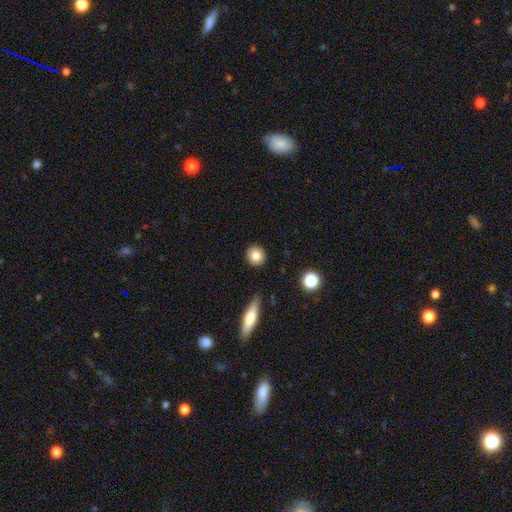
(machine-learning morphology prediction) A smooth galaxy with no disk features (83%) that is round (89%).

Vote fractions:
- Smooth or featured? smooth: 83% / star or artifact: 9% / featured or disk: 8%
- How rounded? round: 89% / in between: 10% / cigar-shaped: 1%
- Merging? none: 89% / minor disturbance: 7% / major disturbance: 2% / merger: 2%